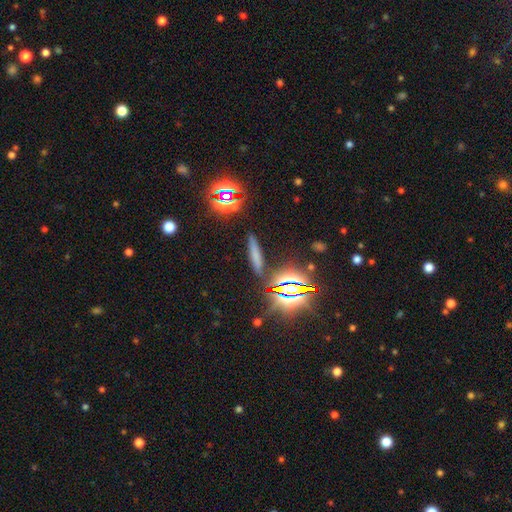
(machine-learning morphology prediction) type=smooth (61%); roundness=cigar-shaped (89%); merging=none (85%).